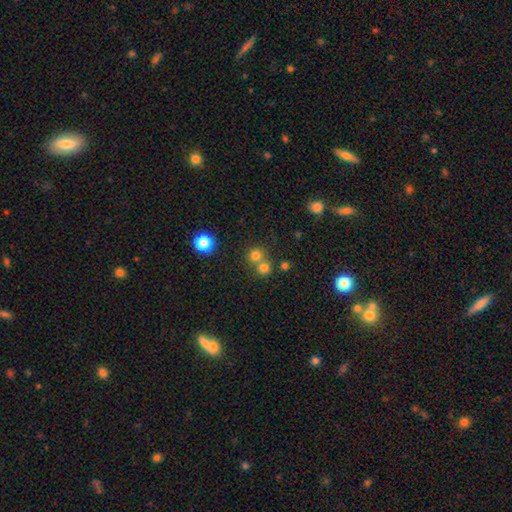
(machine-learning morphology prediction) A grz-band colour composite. It shows a smooth galaxy with no disk features (74%) that is round (89%). Merging: none (56%).